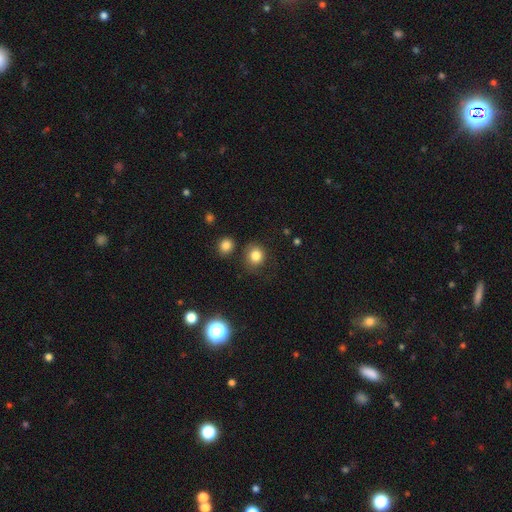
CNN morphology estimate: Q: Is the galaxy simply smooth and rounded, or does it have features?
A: smooth — 82%.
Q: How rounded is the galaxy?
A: round — 82%.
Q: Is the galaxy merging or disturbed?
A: none — 77%.